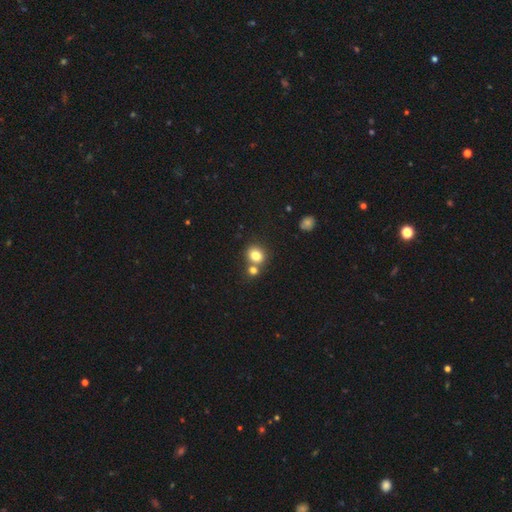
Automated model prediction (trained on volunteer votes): A smooth galaxy with no disk features (79%) that is round (75%).

Vote fractions:
- Smooth or featured? smooth: 79% / star or artifact: 12% / featured or disk: 9%
- How rounded? round: 75% / in between: 24% / cigar-shaped: 1%
- Merging? none: 55% / merger: 33% / minor disturbance: 9% / major disturbance: 3%